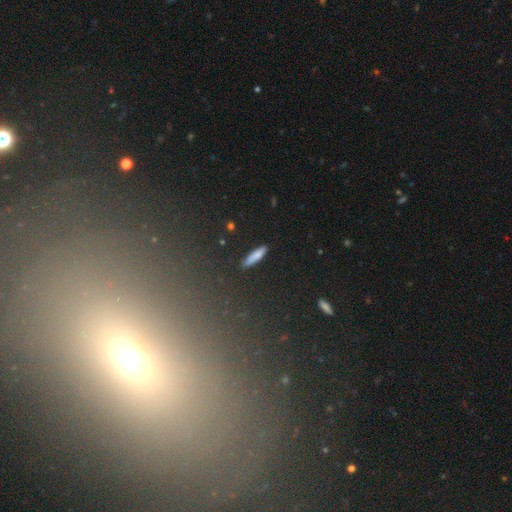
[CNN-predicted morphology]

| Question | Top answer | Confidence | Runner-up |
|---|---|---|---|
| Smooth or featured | smooth | 80% | featured or disk (12%) |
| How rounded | cigar-shaped | 83% | in between (15%) |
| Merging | none | 87% | minor disturbance (9%) |